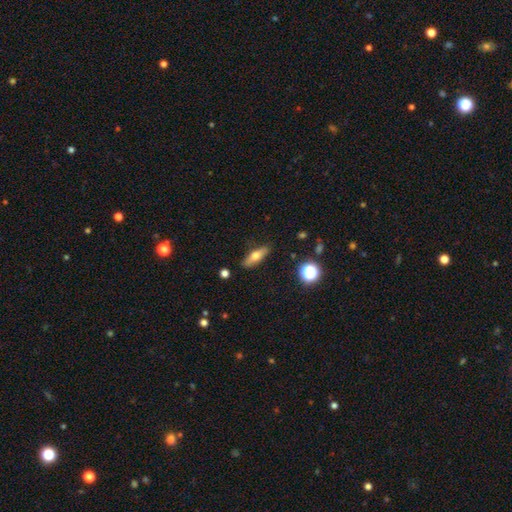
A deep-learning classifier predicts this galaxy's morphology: Smooth or featured? Predicted: smooth (p=0.56). How rounded? Predicted: cigar-shaped (p=0.50). Merging? Predicted: none (p=0.86).